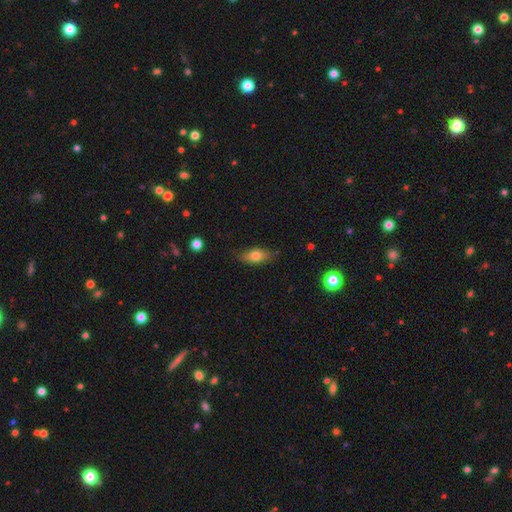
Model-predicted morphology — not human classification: smooth_or_featured: smooth (p=0.73) [alt: featured or disk p=0.19]
how_rounded: in between (p=0.80) [alt: cigar-shaped p=0.14]
merging: none (p=0.79) [alt: minor disturbance p=0.16]